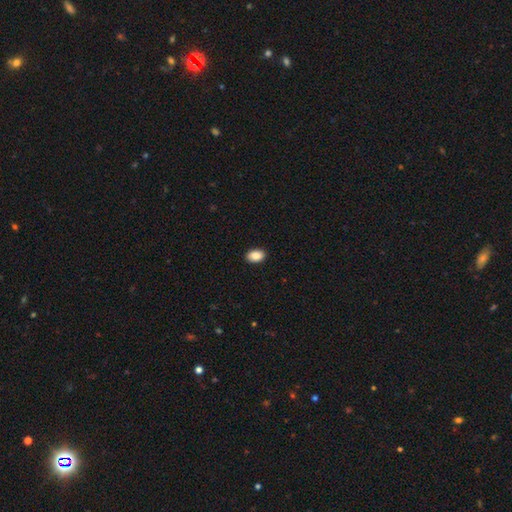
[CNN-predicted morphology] Smooth or featured: smooth — 89% (star or artifact — 7%)
How rounded: in between — 88% (round — 11%)
Merging: none — 91% (minor disturbance — 7%)